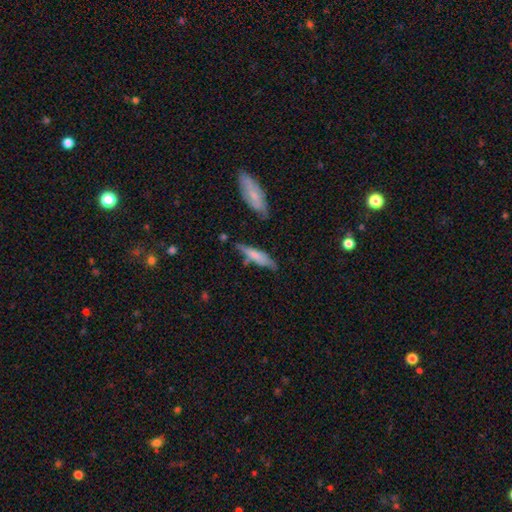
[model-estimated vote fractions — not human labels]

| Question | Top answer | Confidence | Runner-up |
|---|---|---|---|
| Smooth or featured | smooth | 62% | featured or disk (32%) |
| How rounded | cigar-shaped | 73% | in between (25%) |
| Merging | none | 59% | minor disturbance (25%) |